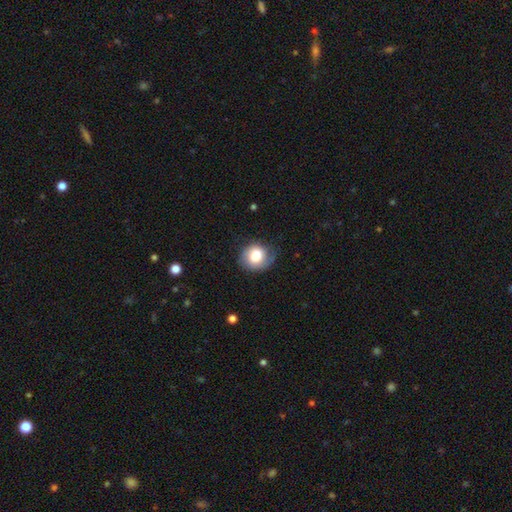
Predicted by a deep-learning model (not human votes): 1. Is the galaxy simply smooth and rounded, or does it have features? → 72% smooth, 20% featured or disk, 8% star or artifact.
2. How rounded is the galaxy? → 73% round, 26% in between, 1% cigar-shaped.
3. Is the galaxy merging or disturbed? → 66% none, 24% minor disturbance, 8% major disturbance, 1% merger.